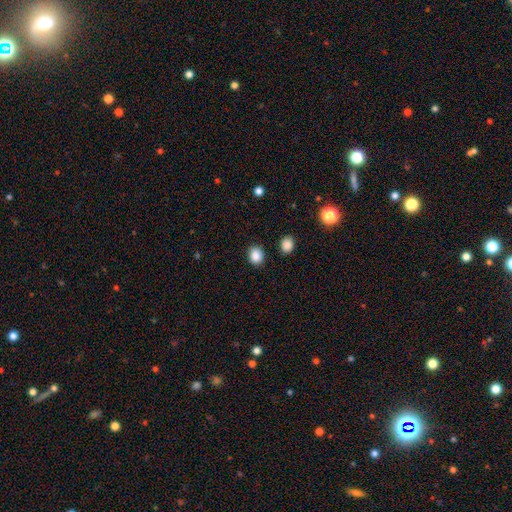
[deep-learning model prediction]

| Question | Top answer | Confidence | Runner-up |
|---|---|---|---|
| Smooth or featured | smooth | 87% | star or artifact (9%) |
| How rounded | round | 60% | in between (39%) |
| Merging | none | 87% | minor disturbance (8%) |